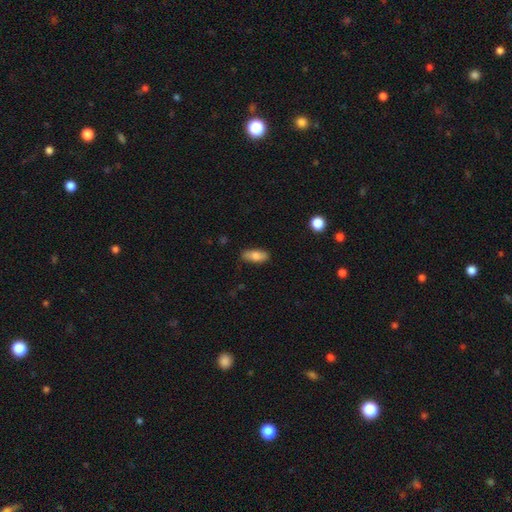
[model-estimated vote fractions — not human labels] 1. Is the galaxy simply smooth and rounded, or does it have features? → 79% smooth, 14% featured or disk, 7% star or artifact.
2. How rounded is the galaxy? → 82% in between, 15% cigar-shaped, 3% round.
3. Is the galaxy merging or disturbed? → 83% none, 13% minor disturbance, 2% major disturbance, 1% merger.